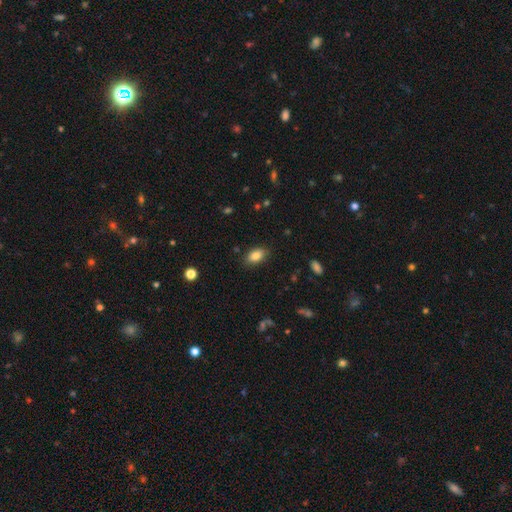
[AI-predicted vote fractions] Q: Smooth or featured?
A: smooth (85%); runner-up: star or artifact (8%)
Q: How rounded?
A: in between (89%); runner-up: round (8%)
Q: Merging?
A: none (85%); runner-up: minor disturbance (11%)